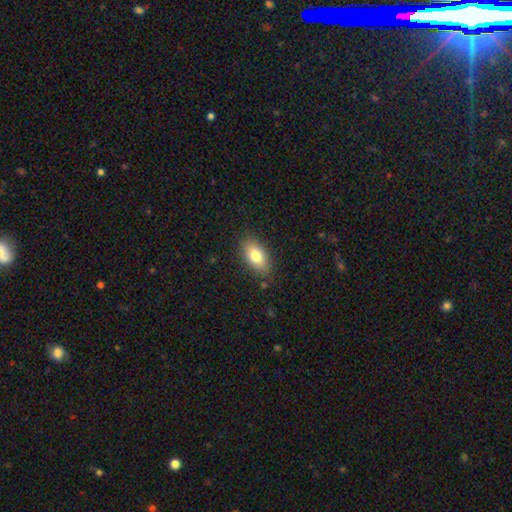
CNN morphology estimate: This appears to be a smooth galaxy with no disk features (79%) that is in between round and cigar-shaped (90%). Merging: none (85%).